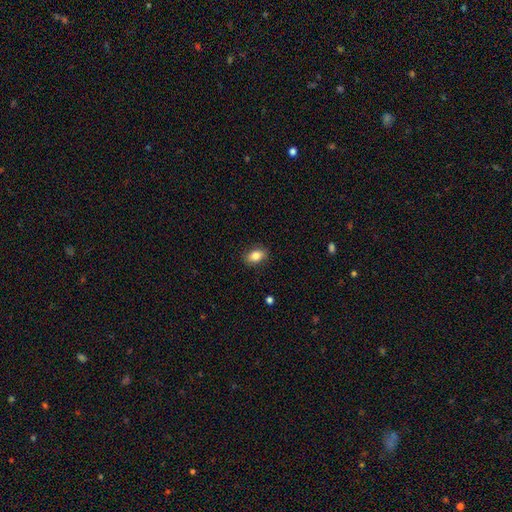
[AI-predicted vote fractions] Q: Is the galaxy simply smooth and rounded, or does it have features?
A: smooth — 84%.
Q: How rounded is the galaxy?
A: in between — 81%.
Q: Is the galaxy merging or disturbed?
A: none — 87%.